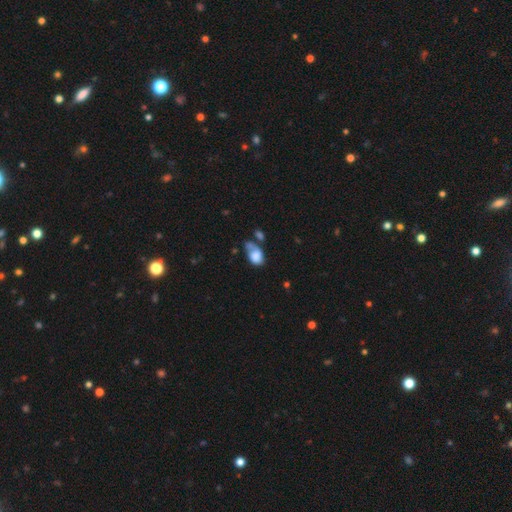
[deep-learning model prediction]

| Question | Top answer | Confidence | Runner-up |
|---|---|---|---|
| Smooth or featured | smooth | 68% | featured or disk (23%) |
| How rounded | in between | 80% | round (19%) |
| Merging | merger | 31% | major disturbance (25%) |